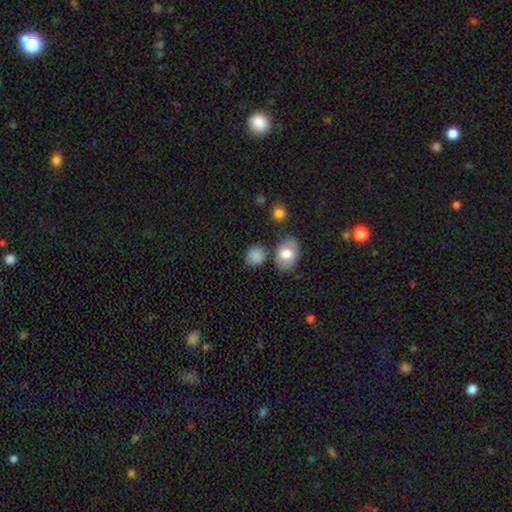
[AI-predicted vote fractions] A smooth galaxy with no disk features (81%) that is round (59%). Merging: none (68%).